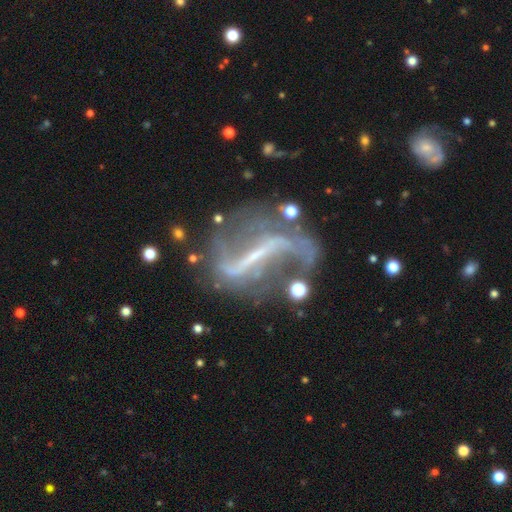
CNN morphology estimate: Smooth or featured: featured or disk — 83% (star or artifact — 10%)
Edge-on disk: no — 90% (yes — 10%)
Bar: strong — 75% (weak — 17%)
Spiral arms: yes — 83% (no — 17%)
Spiral winding: loose — 78% (medium — 15%)
Spiral arm count: 2 — 80% (1 — 8%)
Bulge size: small — 47% (none — 41%)
Merging: none — 52% (major disturbance — 21%)